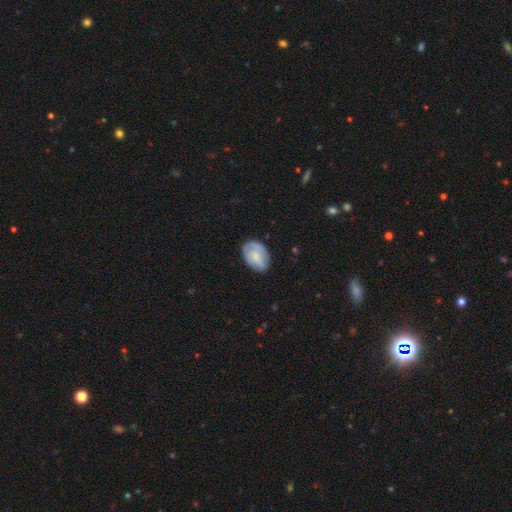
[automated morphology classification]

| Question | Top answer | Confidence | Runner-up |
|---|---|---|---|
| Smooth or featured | smooth | 61% | featured or disk (33%) |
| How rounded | in between | 81% | round (18%) |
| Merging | none | 73% | minor disturbance (21%) |